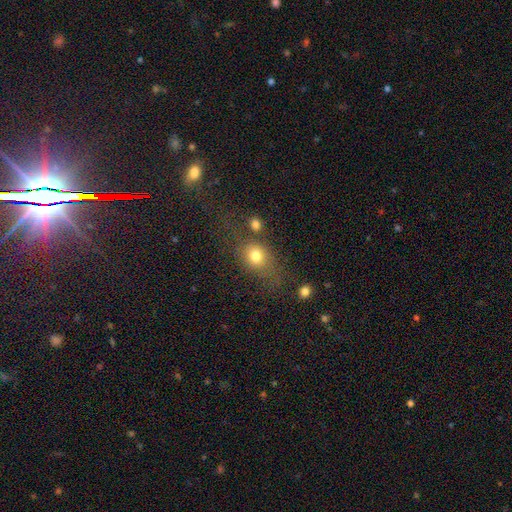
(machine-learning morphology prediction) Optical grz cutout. It shows a smooth galaxy with no disk features (74%) that is round (54%). Merging: none (53%).